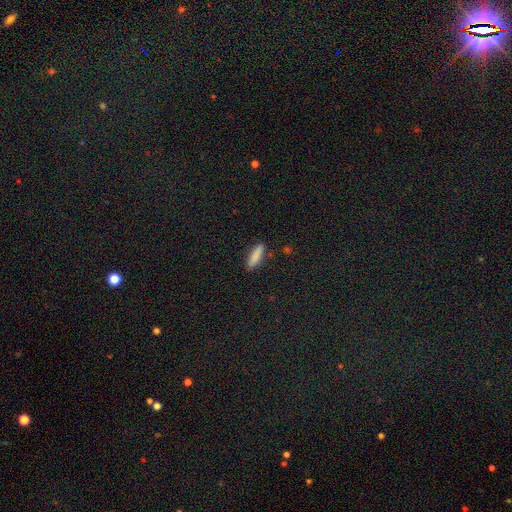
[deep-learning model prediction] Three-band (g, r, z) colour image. It shows a smooth galaxy with no disk features (84%) that is cigar-shaped (68%). Merging: none (87%).